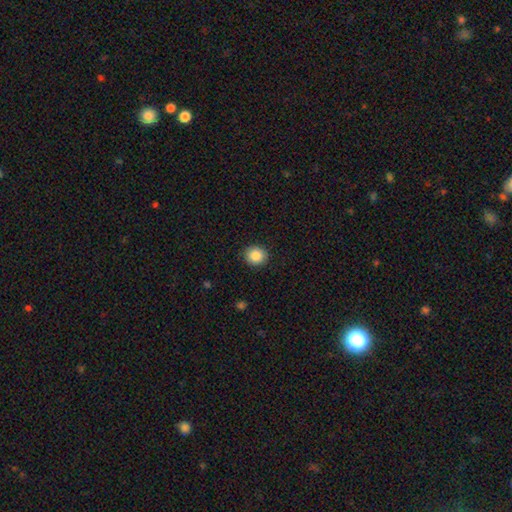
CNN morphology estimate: smooth_or_featured: smooth (p=0.86) [alt: star or artifact p=0.09]
how_rounded: round (p=0.84) [alt: in between p=0.15]
merging: none (p=0.91) [alt: minor disturbance p=0.06]